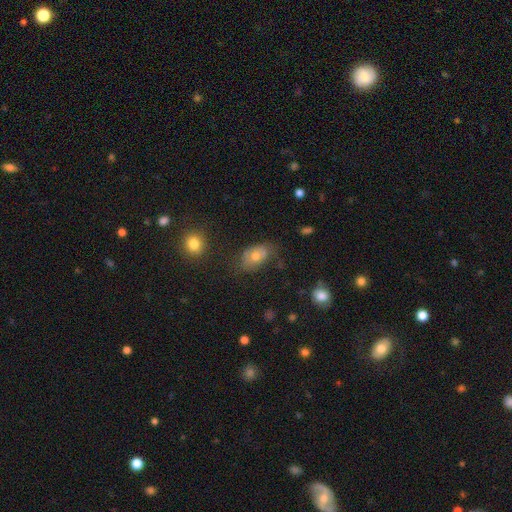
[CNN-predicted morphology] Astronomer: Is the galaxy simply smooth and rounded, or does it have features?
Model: smooth — 60%.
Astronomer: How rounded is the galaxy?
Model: in between — 82%.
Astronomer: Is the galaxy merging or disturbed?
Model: none — 61%.